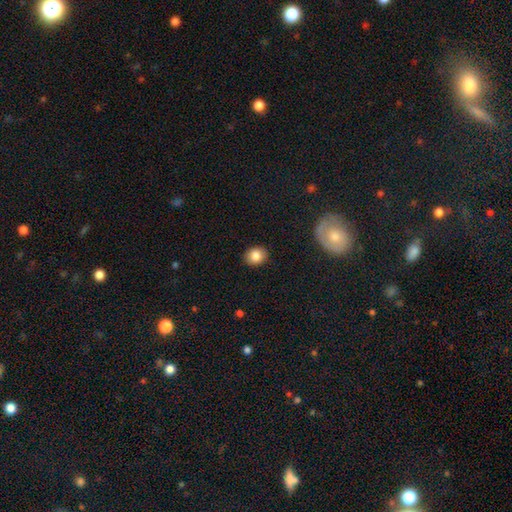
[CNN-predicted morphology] Q: Smooth or featured?
A: smooth (84%); runner-up: star or artifact (9%)
Q: How rounded?
A: round (54%); runner-up: in between (45%)
Q: Merging?
A: none (88%); runner-up: minor disturbance (9%)